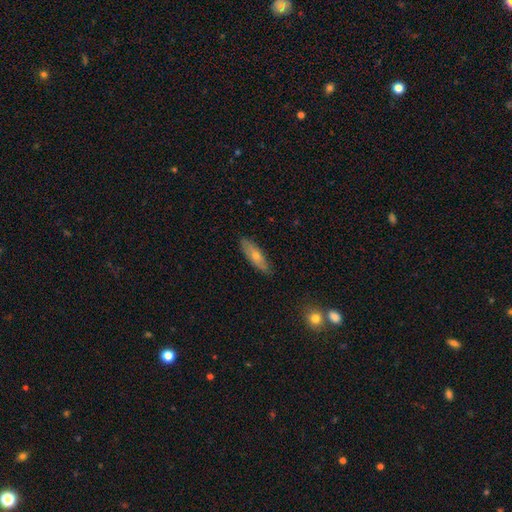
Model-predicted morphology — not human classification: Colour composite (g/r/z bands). It shows a smooth galaxy with no disk features (54%) that is cigar-shaped (58%). Merging: none (86%).